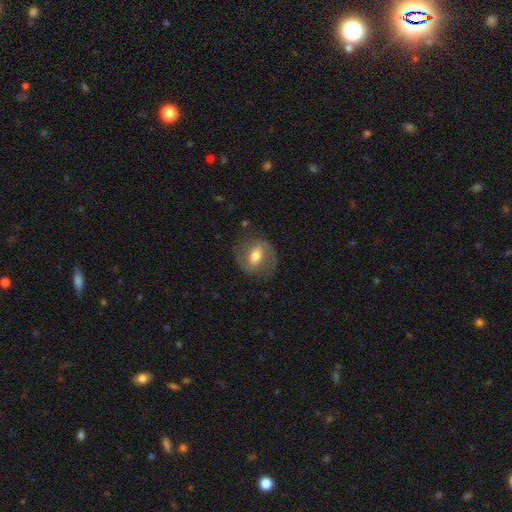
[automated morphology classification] type=featured or disk (63%); edge-on=no (94%); bar=weak (41%); spiral arms=yes (77%); bulge=moderate (68%); merging=none (73%).